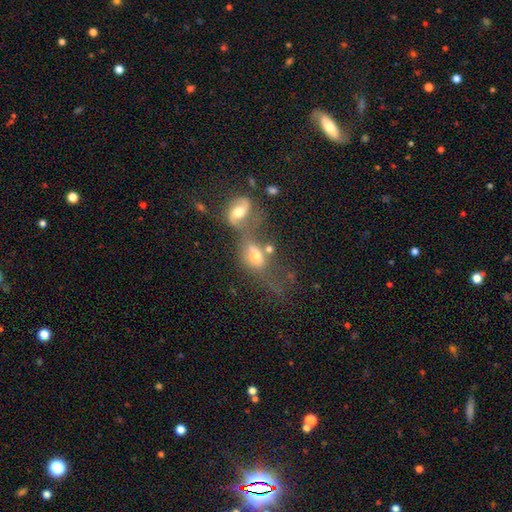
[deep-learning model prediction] The model was most divided on "smooth or featured": smooth: 49%, featured or disk: 39%, star or artifact: 11%. More confident: merging — merger (59%).